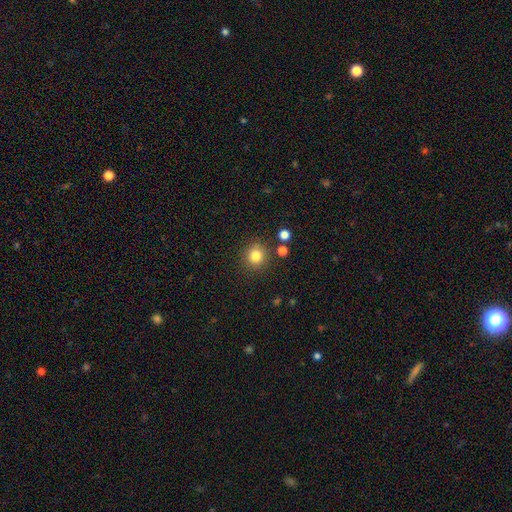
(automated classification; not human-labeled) A smooth galaxy with no disk features (82%) that is round (91%). Merging: none (85%).